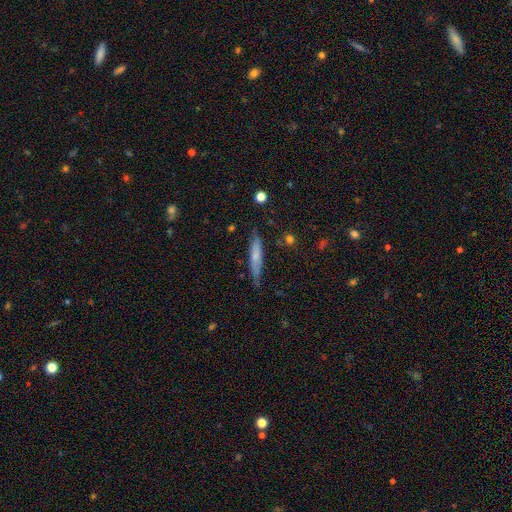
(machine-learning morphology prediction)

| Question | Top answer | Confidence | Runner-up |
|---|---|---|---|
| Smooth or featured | smooth | 62% | featured or disk (31%) |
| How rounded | cigar-shaped | 89% | in between (10%) |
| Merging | none | 75% | minor disturbance (19%) |